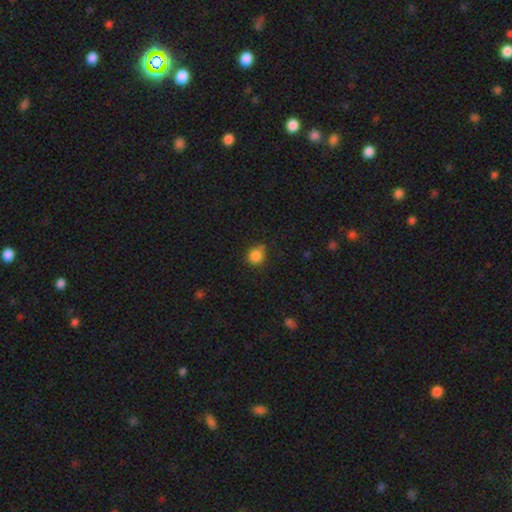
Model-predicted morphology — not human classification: A smooth galaxy with no disk features (85%) that is round (82%).

Vote fractions:
- Smooth or featured? smooth: 85% / star or artifact: 11% / featured or disk: 4%
- How rounded? round: 82% / in between: 17% / cigar-shaped: 1%
- Merging? none: 71% / minor disturbance: 23% / major disturbance: 4% / merger: 2%